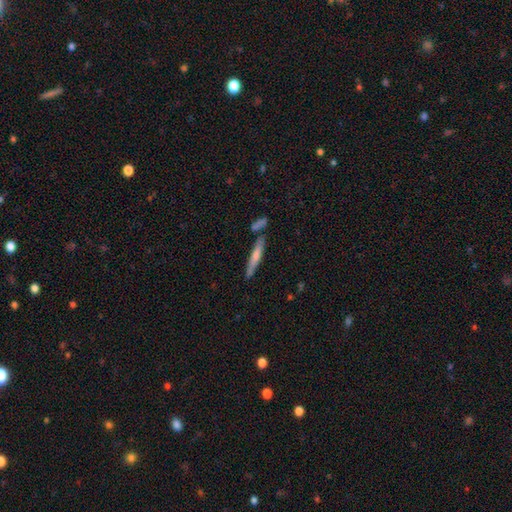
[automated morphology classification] smooth_or_featured: smooth (p=0.55) [alt: featured or disk p=0.38]
how_rounded: cigar-shaped (p=0.92) [alt: in between p=0.06]
merging: none (p=0.74) [alt: minor disturbance p=0.12]